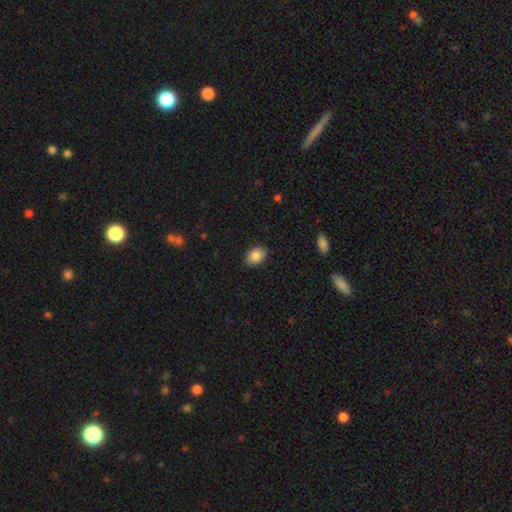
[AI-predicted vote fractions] A smooth galaxy with no disk features (87%) that is in between round and cigar-shaped (71%). Merging: none (88%).